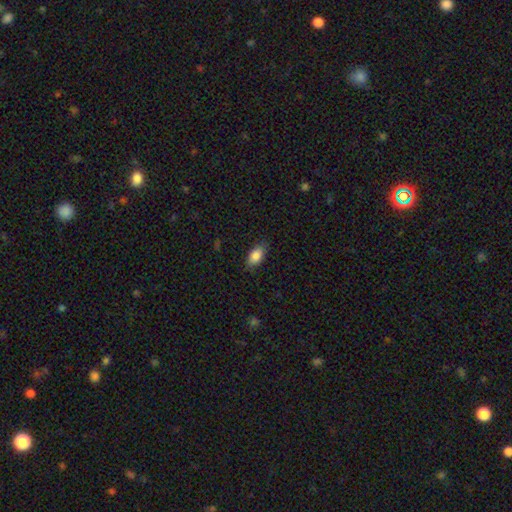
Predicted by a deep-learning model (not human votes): This appears to be a smooth galaxy with no disk features (85%) that is in between round and cigar-shaped (89%). Merging: none (83%).